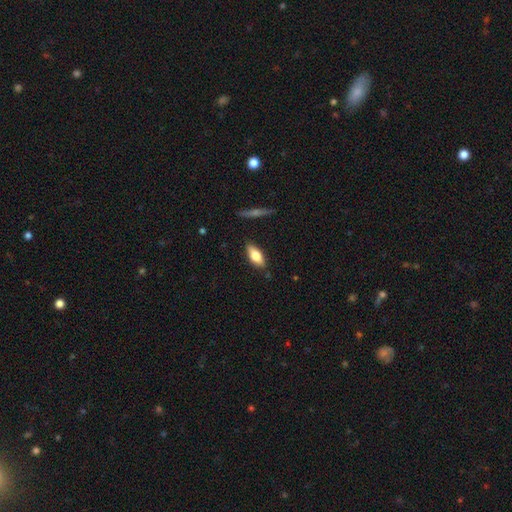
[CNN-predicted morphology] This is likely a smooth galaxy (65%). How rounded: likely in between (75%). Merging: clearly none (84%).